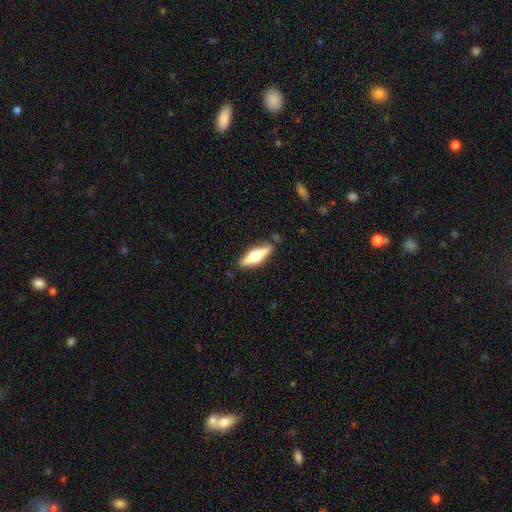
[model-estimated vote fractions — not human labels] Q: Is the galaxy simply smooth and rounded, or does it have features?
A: featured or disk — 58%.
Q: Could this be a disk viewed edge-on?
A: yes — 95%.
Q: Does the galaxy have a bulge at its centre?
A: rounded — 94%.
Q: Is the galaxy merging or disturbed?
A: none — 86%.